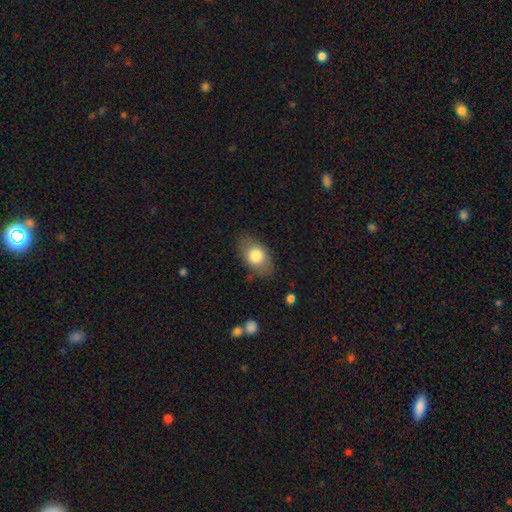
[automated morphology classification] A smooth galaxy with no disk features (76%) that is in between round and cigar-shaped (84%).

Vote fractions:
- Smooth or featured? smooth: 76% / featured or disk: 17% / star or artifact: 7%
- How rounded? in between: 84% / round: 15% / cigar-shaped: 2%
- Merging? none: 77% / minor disturbance: 16% / major disturbance: 5% / merger: 2%